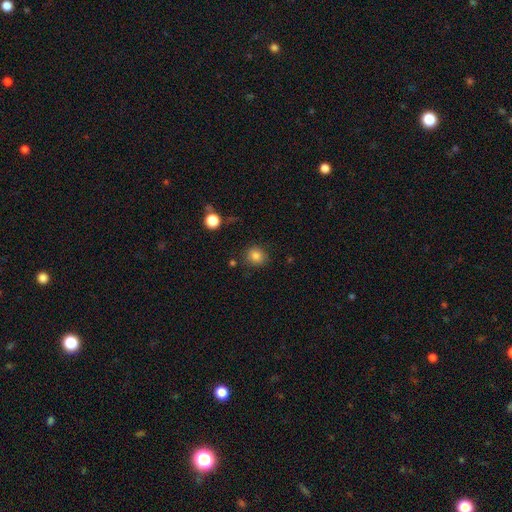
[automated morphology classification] A smooth galaxy with no disk features (82%) that is round (86%). Merging: none (85%).